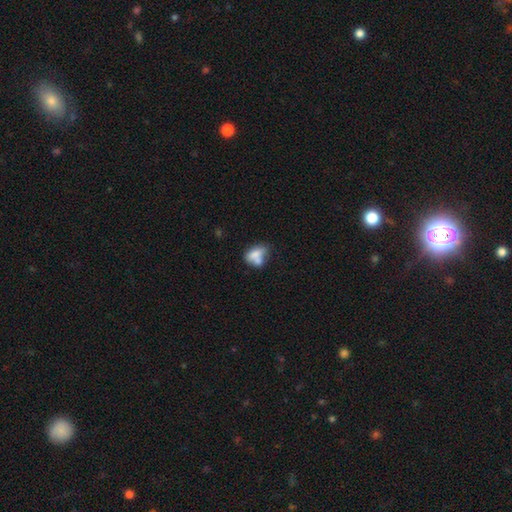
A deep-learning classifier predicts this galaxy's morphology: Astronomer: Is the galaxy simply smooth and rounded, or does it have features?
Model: smooth — 68%.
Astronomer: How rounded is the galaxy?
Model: in between — 75%.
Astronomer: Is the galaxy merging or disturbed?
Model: merger — 43% (runner-up: none, 30%).